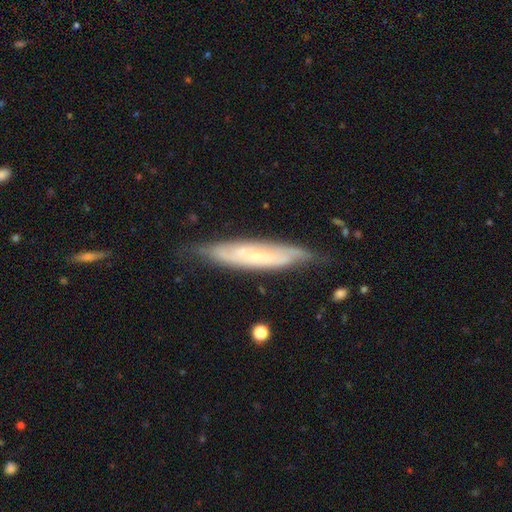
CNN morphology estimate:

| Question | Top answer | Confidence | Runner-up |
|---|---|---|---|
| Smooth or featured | featured or disk | 64% | smooth (29%) |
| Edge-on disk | no | 53% | yes (47%) |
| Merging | none | 72% | minor disturbance (21%) |